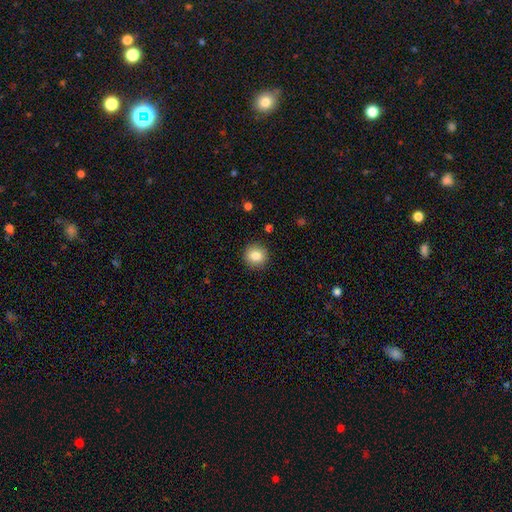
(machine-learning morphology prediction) type=smooth (84%); roundness=round (94%); merging=none (91%).